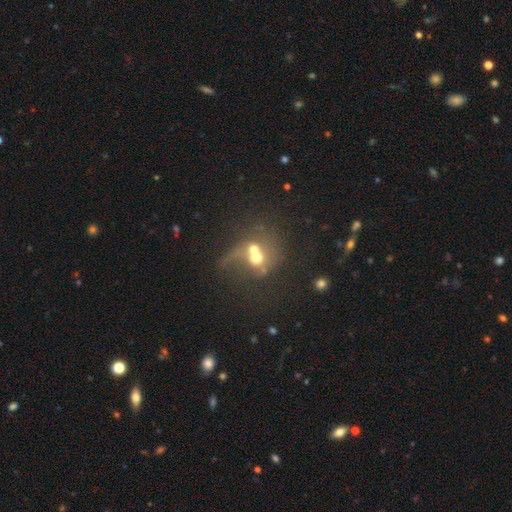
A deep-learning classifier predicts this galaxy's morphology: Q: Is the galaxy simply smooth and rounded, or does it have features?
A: smooth — 48%.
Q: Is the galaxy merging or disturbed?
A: merger — 68%.